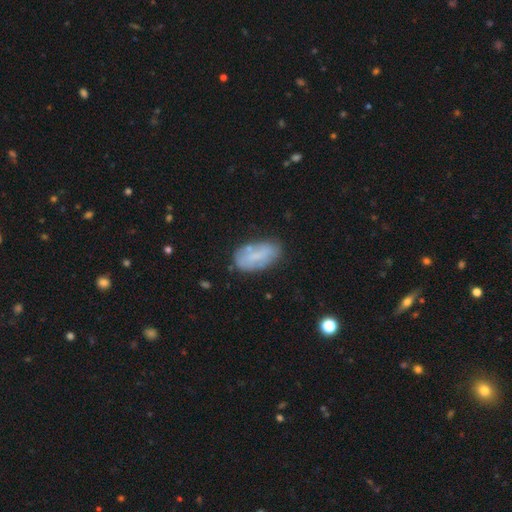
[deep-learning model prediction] Smooth or featured?
  - smooth: 63% *
  - featured or disk: 29%
  - star or artifact: 8%
How rounded?
  - in between: 90% *
  - cigar-shaped: 7%
  - round: 3%
Merging?
  - none: 65% *
  - minor disturbance: 23%
  - major disturbance: 7%
  - merger: 5%